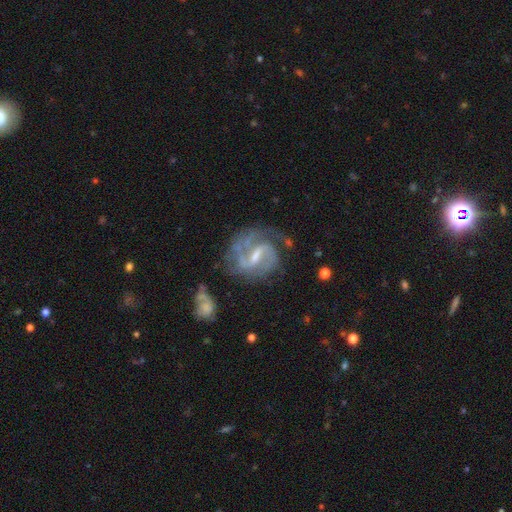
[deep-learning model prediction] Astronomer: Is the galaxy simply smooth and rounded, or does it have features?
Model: featured or disk — 89%.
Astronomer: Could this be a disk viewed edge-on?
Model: no — 98%.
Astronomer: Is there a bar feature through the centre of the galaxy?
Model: weak — 49% (runner-up: strong, 41%).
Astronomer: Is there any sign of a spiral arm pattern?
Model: yes — 96%.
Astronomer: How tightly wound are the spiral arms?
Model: medium — 54% (runner-up: tight, 29%).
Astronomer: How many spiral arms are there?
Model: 2 — 78%.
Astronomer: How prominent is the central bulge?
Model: small — 53% (runner-up: moderate, 34%).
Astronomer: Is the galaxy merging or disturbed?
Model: none — 64%.